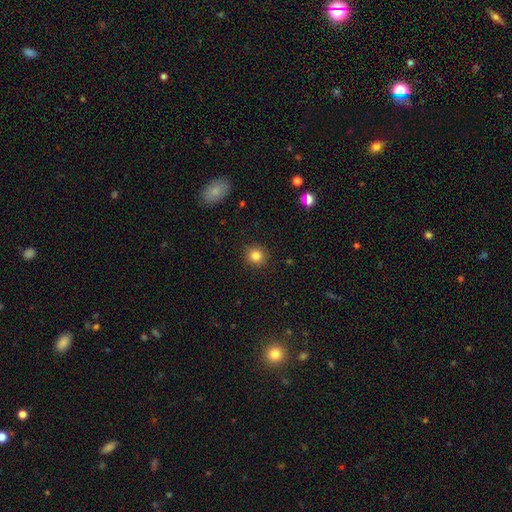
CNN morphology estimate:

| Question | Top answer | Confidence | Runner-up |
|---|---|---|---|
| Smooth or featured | smooth | 84% | star or artifact (11%) |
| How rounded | round | 90% | in between (9%) |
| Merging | none | 91% | minor disturbance (6%) |